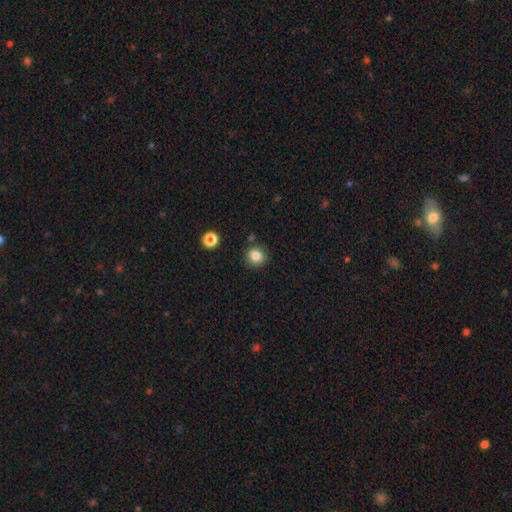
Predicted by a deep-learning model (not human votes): Overall: smooth (83%). How rounded: round (83%). Merging: none (84%).